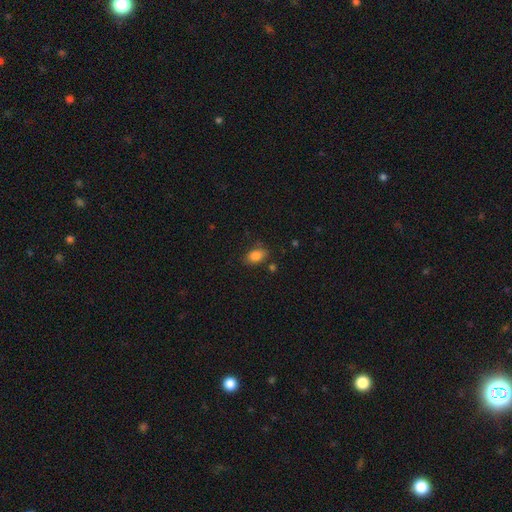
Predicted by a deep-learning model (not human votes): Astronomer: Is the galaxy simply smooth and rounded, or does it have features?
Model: smooth — 85%.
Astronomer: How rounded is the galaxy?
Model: in between — 85%.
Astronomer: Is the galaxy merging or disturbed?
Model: none — 76%.